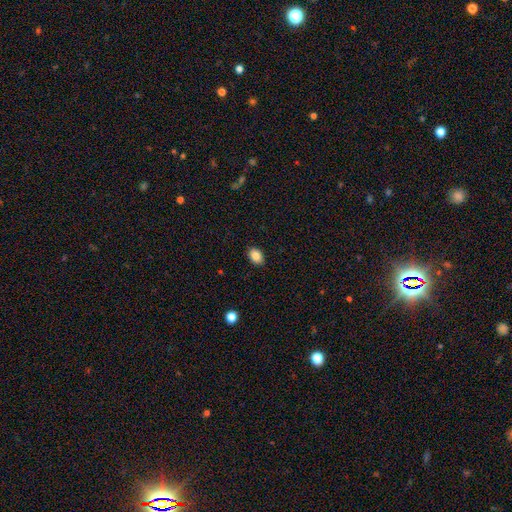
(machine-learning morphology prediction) type=smooth (87%); roundness=in between (83%); merging=none (89%).